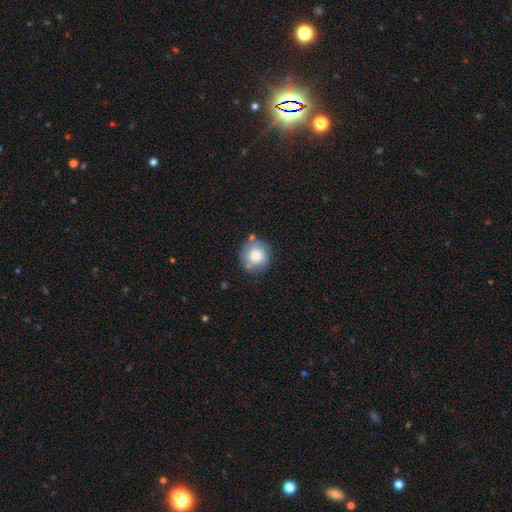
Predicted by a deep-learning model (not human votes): The model was most divided on "merging": none: 71%, minor disturbance: 17%, merger: 8%, major disturbance: 4%. More confident: how rounded — round (90%); smooth or featured — smooth (78%).